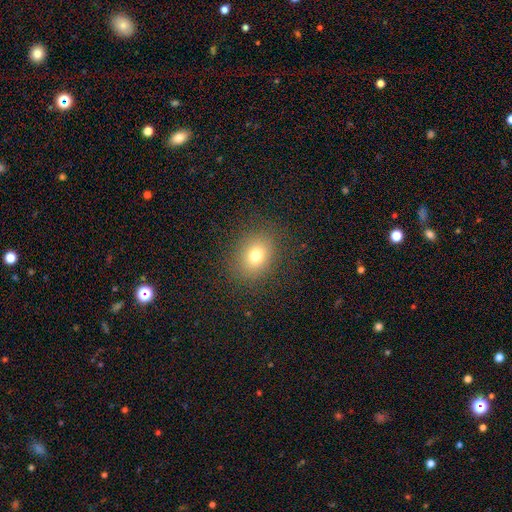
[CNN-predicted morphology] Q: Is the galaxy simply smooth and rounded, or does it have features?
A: smooth — 75%.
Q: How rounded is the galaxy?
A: round — 50%.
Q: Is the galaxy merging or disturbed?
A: none — 85%.